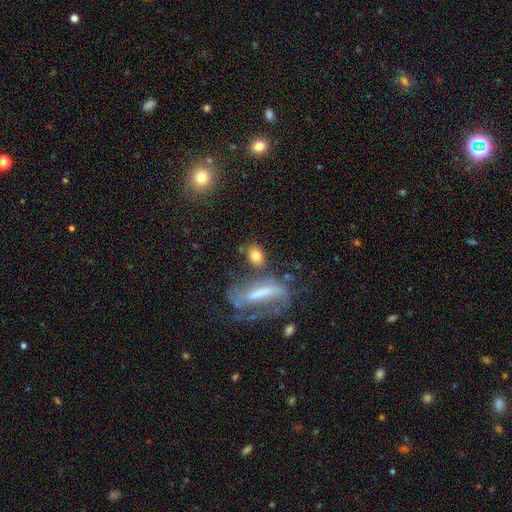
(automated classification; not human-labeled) Smooth or featured? smooth (75%)
How rounded? in between (69%)
Merging? none (62%)